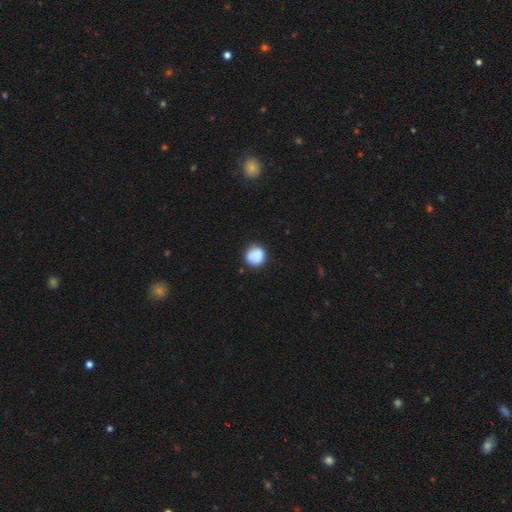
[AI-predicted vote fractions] Q: Smooth or featured?
A: smooth (84%); runner-up: star or artifact (8%)
Q: How rounded?
A: round (89%); runner-up: in between (10%)
Q: Merging?
A: none (76%); runner-up: minor disturbance (17%)